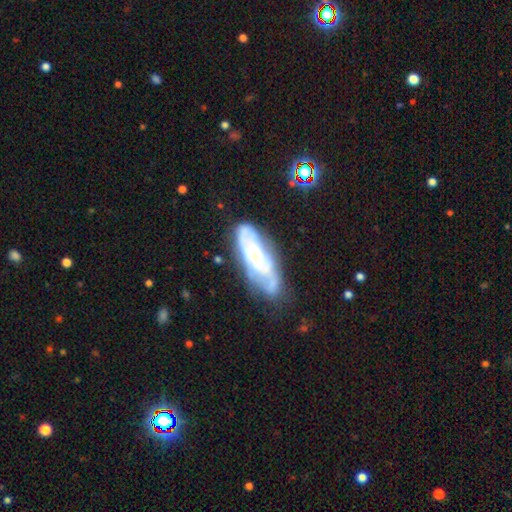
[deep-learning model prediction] A featured or disk galaxy (72%) with no bar (63%), spiral arms (74%) and a moderate central bulge (48%).

Vote fractions:
- Smooth or featured? featured or disk: 72% / smooth: 21% / star or artifact: 7%
- Edge-on disk? no: 85% / yes: 15%
- Bar? no: 63% / weak: 27% / strong: 9%
- Spiral arms? yes: 74% / no: 26%
- Bulge size? moderate: 48% / small: 45% / large: 4% / none: 2% / dominant: 1%
- Merging? none: 65% / minor disturbance: 23% / major disturbance: 8% / merger: 3%